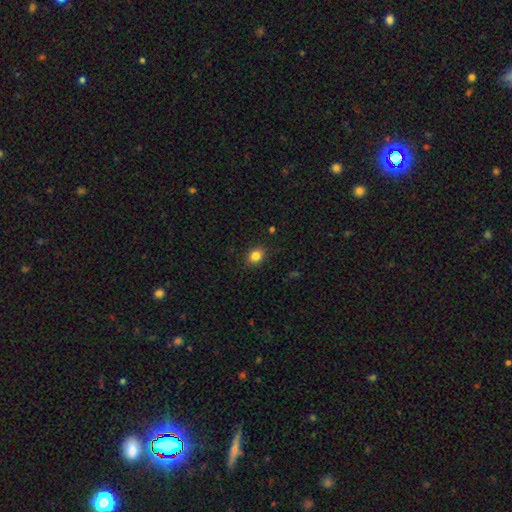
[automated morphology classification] This appears to be a smooth galaxy with no disk features (84%) that is round (57%). Merging: none (87%).